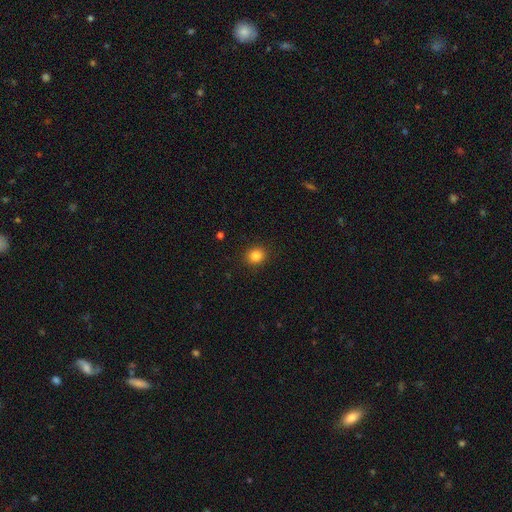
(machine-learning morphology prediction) type=smooth (84%); roundness=round (77%); merging=none (91%).